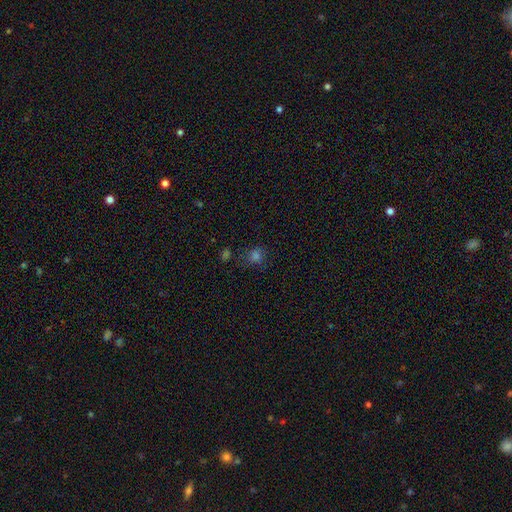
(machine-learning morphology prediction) Smooth or featured: smooth — 59% (star or artifact — 32%)
How rounded: round — 72% (in between — 27%)
Merging: none — 71% (minor disturbance — 16%)